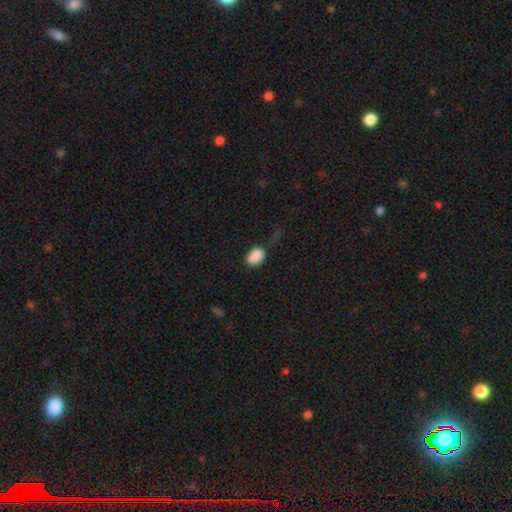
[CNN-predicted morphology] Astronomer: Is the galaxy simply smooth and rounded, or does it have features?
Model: smooth — 87%.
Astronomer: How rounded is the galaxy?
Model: in between — 76%.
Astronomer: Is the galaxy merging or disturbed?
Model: none — 47% (runner-up: minor disturbance, 31%).